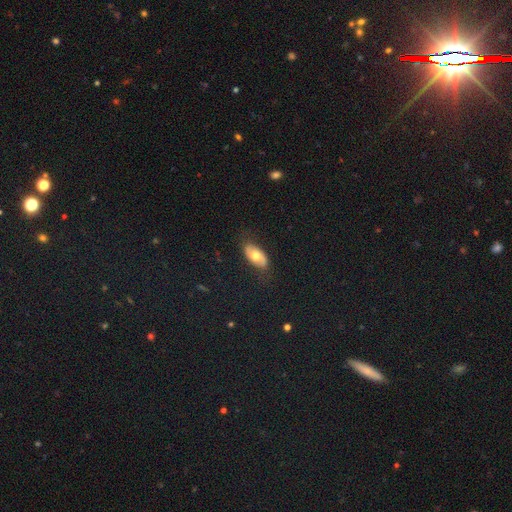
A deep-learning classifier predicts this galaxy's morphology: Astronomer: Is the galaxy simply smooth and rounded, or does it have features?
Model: smooth — 53% (runner-up: featured or disk, 40%).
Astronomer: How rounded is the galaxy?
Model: in between — 91%.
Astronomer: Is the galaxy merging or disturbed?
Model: none — 79%.